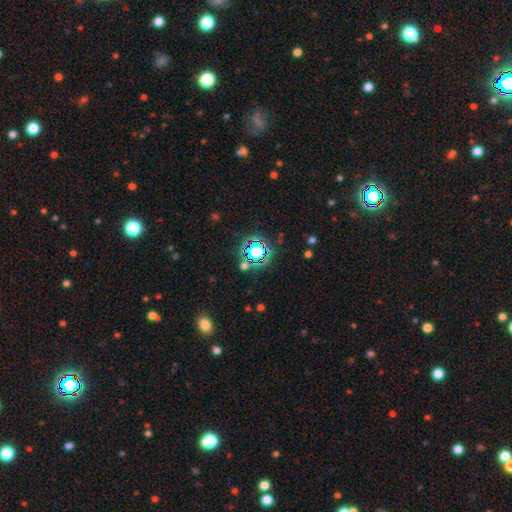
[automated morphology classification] This appears to be a star or artifact, not a galaxy (64%).